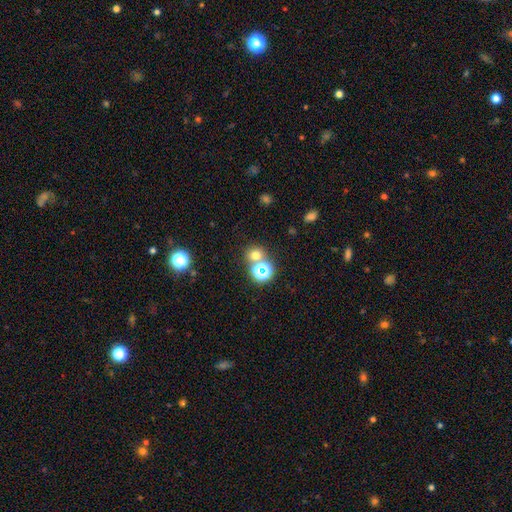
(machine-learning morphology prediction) A smooth galaxy with no disk features (63%) that is round (85%). Merging: none (68%).